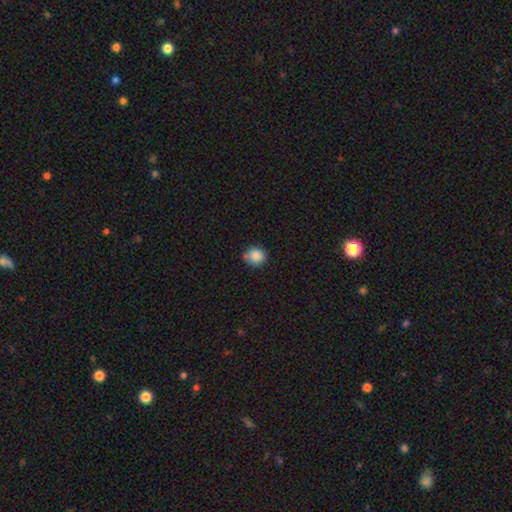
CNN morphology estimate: This is clearly a smooth galaxy (86%). How rounded: clearly round (88%). Merging: likely none (70%).